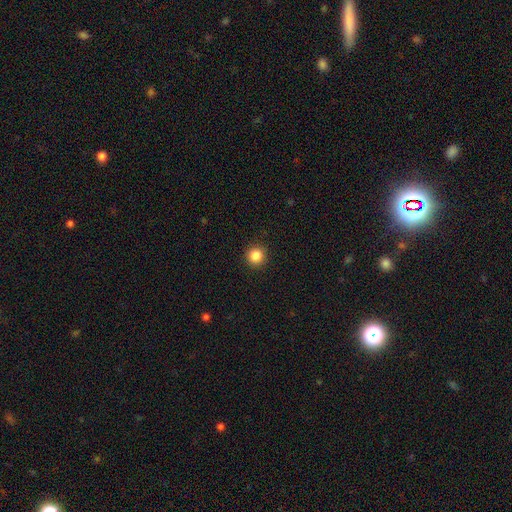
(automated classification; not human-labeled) Q: Smooth or featured?
A: smooth (85%); runner-up: star or artifact (11%)
Q: How rounded?
A: round (95%); runner-up: in between (4%)
Q: Merging?
A: none (93%); runner-up: minor disturbance (5%)